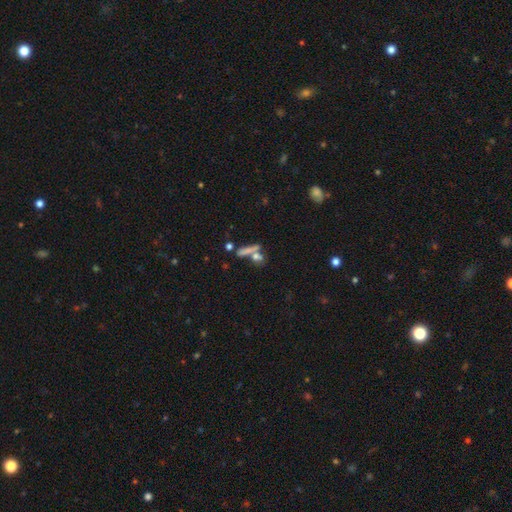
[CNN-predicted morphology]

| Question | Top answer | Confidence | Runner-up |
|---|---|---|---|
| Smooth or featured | smooth | 58% | featured or disk (28%) |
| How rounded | cigar-shaped | 53% | in between (29%) |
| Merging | none | 46% | merger (38%) |